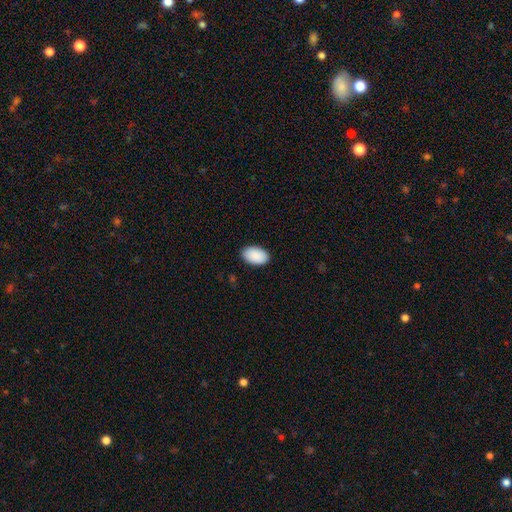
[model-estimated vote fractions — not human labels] This is clearly a smooth galaxy (92%). How rounded: clearly in between (95%). Merging: clearly none (89%).